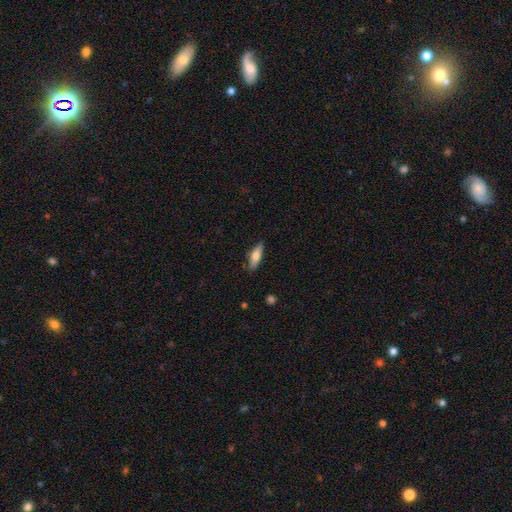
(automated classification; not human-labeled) A smooth galaxy with no disk features (68%) that is in between round and cigar-shaped (51%). Merging: none (84%).